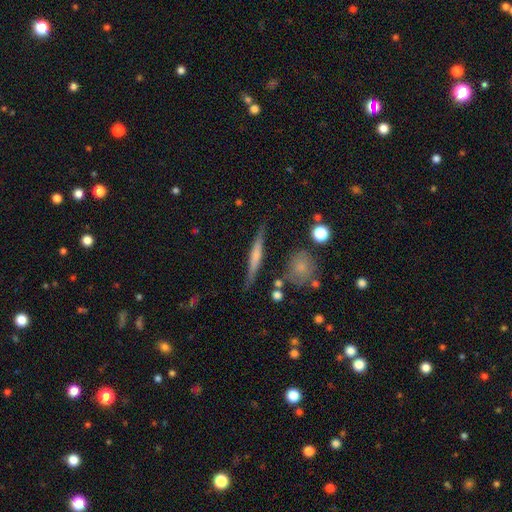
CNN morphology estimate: featured or disk 52%, smooth 42%, star or artifact 6%. Down the decision tree: edge-on disk — yes (94%); merging — none (81%).